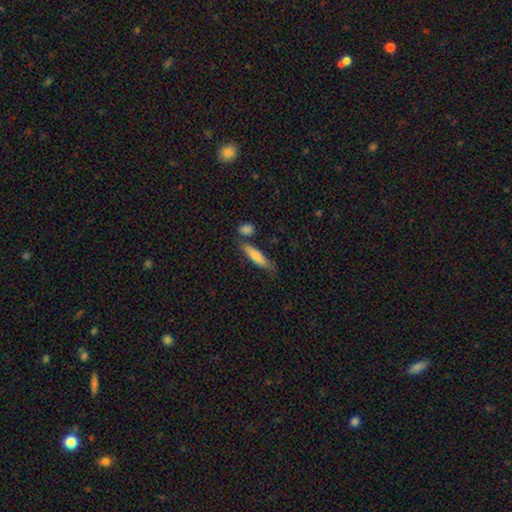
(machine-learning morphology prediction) smooth-or-featured: smooth: 64% | featured or disk: 29% | star or artifact: 7%
  how-rounded: cigar-shaped: 79% | in between: 19% | round: 2%
  merging: none: 67% | minor disturbance: 17% | merger: 11% | major disturbance: 4%